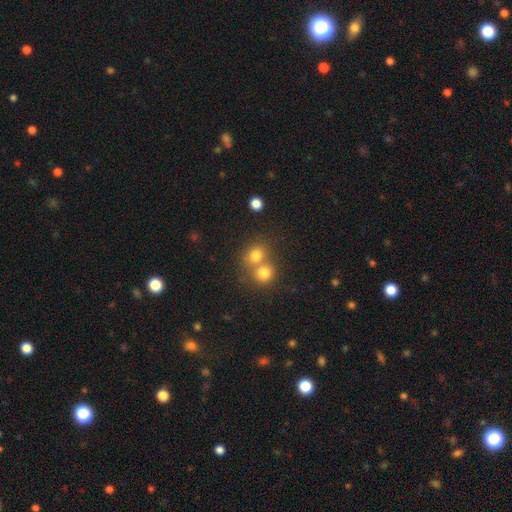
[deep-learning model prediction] smooth-or-featured: smooth: 76% | star or artifact: 13% | featured or disk: 10%
  how-rounded: round: 75% | in between: 24% | cigar-shaped: 1%
  merging: merger: 51% | none: 39% | minor disturbance: 7% | major disturbance: 3%